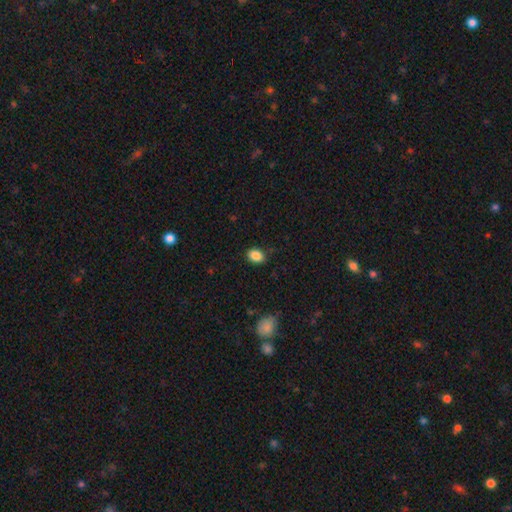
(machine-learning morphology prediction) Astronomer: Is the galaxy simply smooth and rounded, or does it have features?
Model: smooth — 87%.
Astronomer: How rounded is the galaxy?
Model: in between — 68%.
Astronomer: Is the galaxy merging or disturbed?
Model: none — 82%.